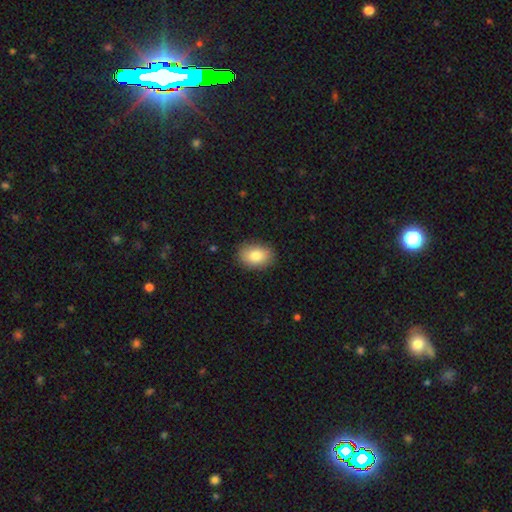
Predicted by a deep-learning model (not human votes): A smooth galaxy with no disk features (83%) that is in between round and cigar-shaped (78%). Merging: none (87%).